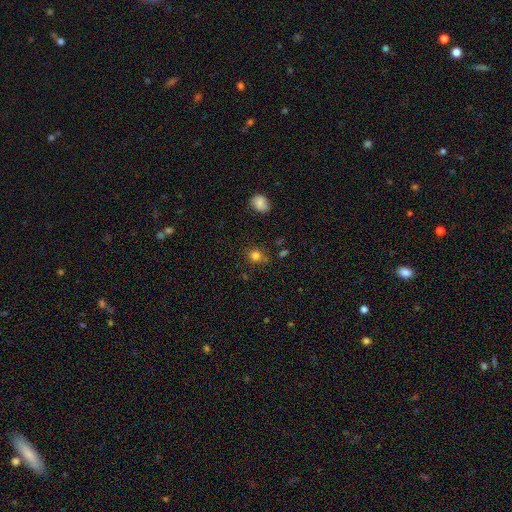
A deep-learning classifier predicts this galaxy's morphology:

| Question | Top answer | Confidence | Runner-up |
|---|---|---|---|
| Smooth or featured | smooth | 81% | star or artifact (13%) |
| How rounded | round | 69% | in between (29%) |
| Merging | none | 73% | minor disturbance (19%) |